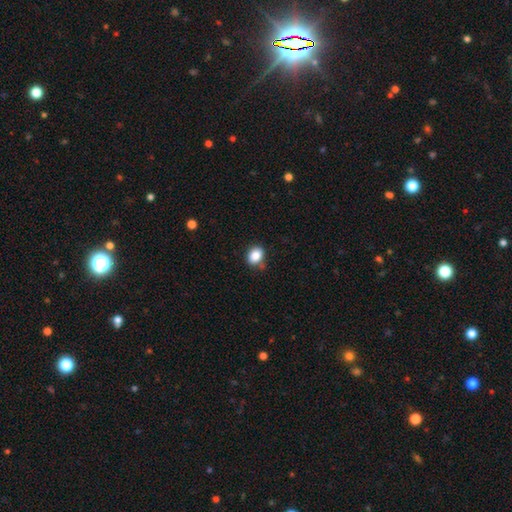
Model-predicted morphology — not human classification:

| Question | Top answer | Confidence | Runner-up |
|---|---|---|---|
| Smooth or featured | smooth | 84% | star or artifact (10%) |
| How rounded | in between | 57% | round (42%) |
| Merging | none | 75% | minor disturbance (18%) |